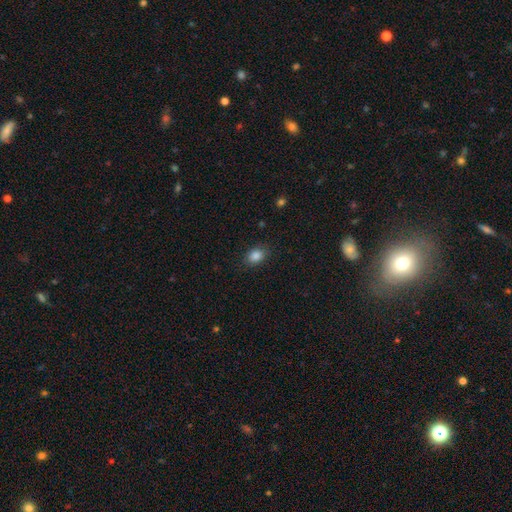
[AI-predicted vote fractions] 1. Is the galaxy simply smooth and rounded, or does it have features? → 86% smooth, 9% star or artifact, 5% featured or disk.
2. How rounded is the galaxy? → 69% in between, 30% round, 1% cigar-shaped.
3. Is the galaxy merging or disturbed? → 85% none, 11% minor disturbance, 3% major disturbance, 1% merger.